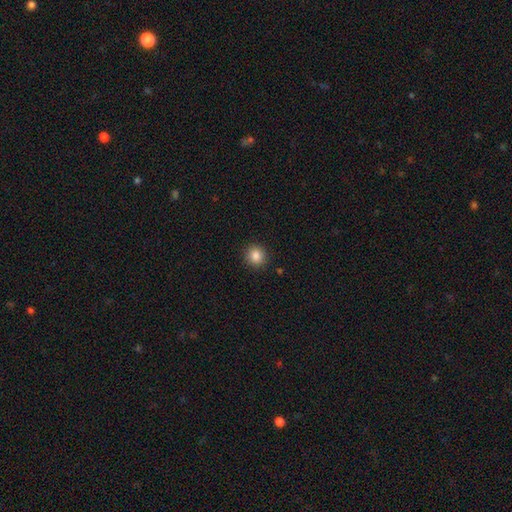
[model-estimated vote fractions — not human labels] Smooth or featured: smooth — 86% (star or artifact — 11%)
How rounded: round — 91% (in between — 8%)
Merging: none — 91% (minor disturbance — 6%)